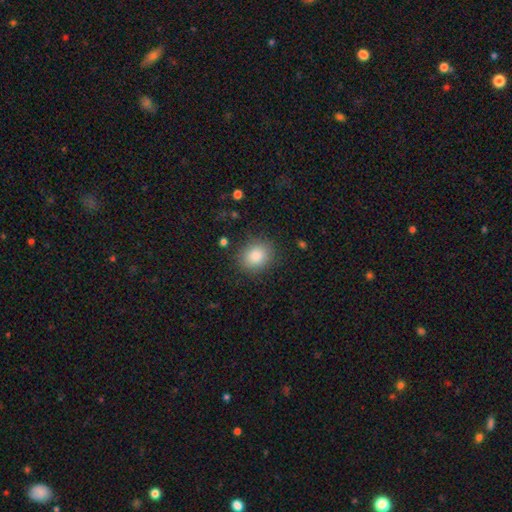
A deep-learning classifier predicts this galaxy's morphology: smooth 85%, star or artifact 9%, featured or disk 6%. Down the decision tree: how rounded — round (65%); merging — none (86%).